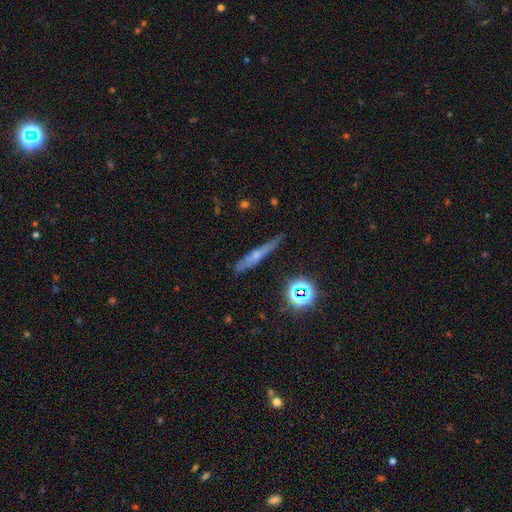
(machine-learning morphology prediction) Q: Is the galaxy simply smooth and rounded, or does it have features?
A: smooth — 42%, tied with featured or disk.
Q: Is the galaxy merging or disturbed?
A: none — 76%.